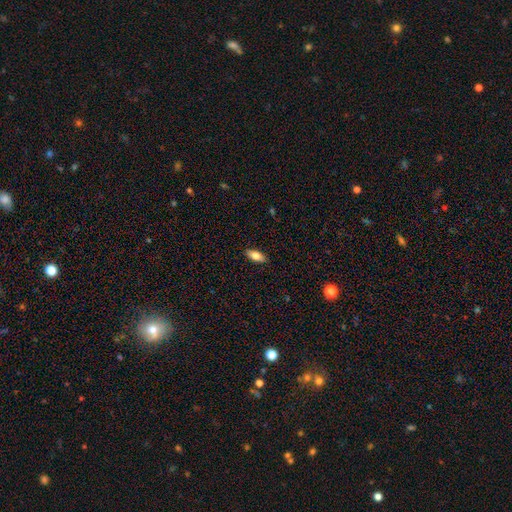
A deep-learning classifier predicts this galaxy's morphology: A smooth galaxy with no disk features (78%) that is in between round and cigar-shaped (84%). Merging: none (89%).